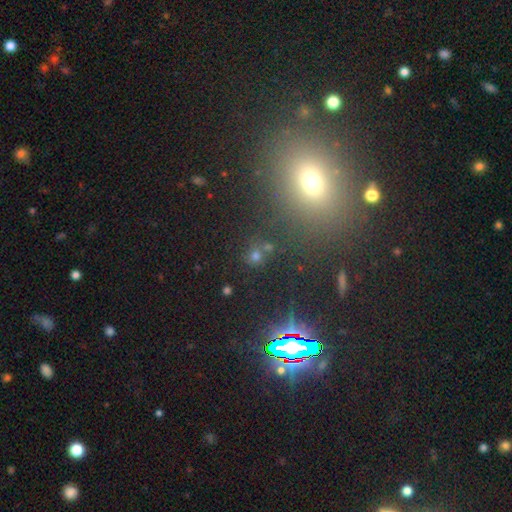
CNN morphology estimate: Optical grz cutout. It shows a smooth galaxy with no disk features (50%) that is round (79%). Merging: none (70%).